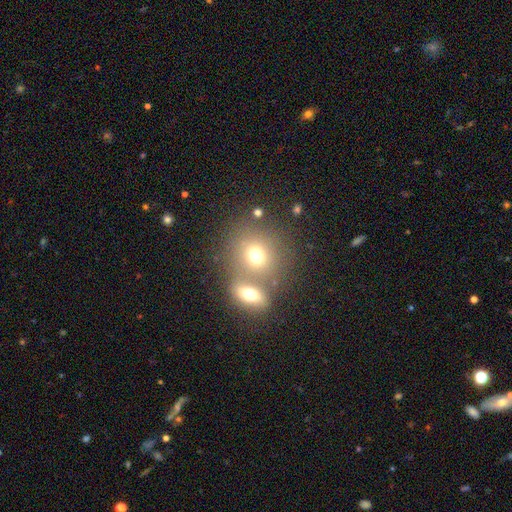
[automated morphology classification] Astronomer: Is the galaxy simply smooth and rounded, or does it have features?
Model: smooth — 72%.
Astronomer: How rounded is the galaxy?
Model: round — 75%.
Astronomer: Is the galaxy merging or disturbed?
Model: none — 48% (runner-up: merger, 40%).